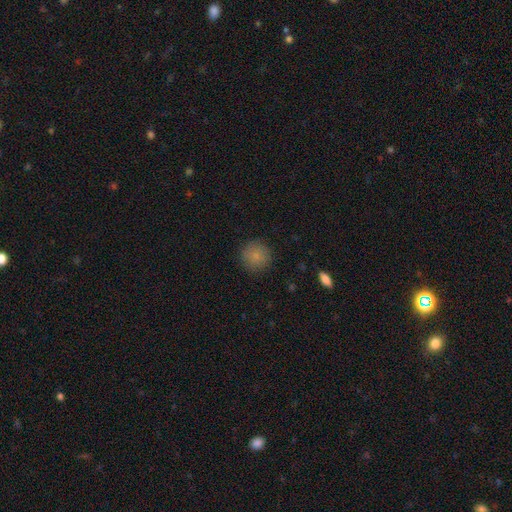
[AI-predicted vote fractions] Smooth or featured: smooth — 84% (star or artifact — 10%)
How rounded: round — 94% (in between — 5%)
Merging: none — 87% (minor disturbance — 9%)